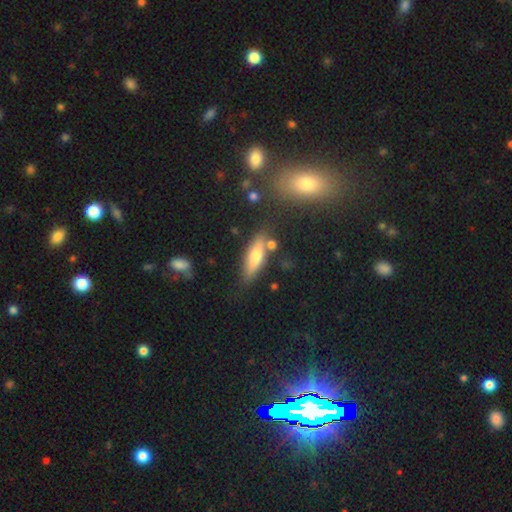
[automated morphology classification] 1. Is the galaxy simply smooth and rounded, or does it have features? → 63% smooth, 30% featured or disk, 8% star or artifact.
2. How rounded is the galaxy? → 56% cigar-shaped, 42% in between, 2% round.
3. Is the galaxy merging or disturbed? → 74% none, 15% minor disturbance, 7% merger, 4% major disturbance.